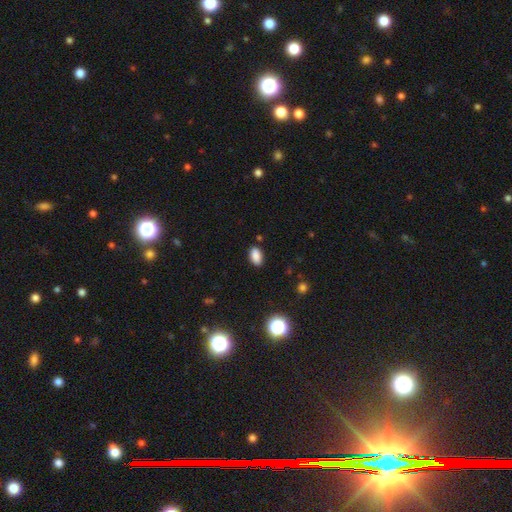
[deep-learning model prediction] Q: Smooth or featured?
A: smooth (86%); runner-up: star or artifact (10%)
Q: How rounded?
A: in between (91%); runner-up: round (6%)
Q: Merging?
A: none (86%); runner-up: minor disturbance (10%)